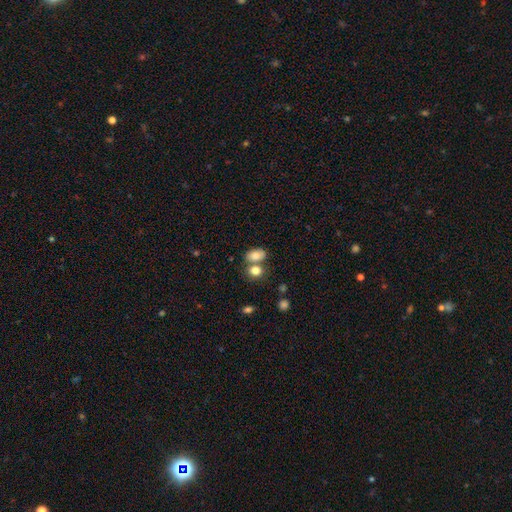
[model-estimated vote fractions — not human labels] This is clearly a smooth galaxy (81%). How rounded: clearly in between (81%). Merging: possibly none (48%).